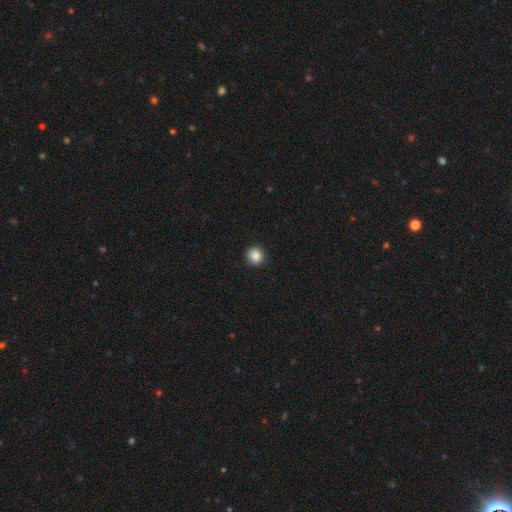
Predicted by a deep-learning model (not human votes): This appears to be a smooth galaxy with no disk features (86%) that is round (93%). Merging: none (91%).